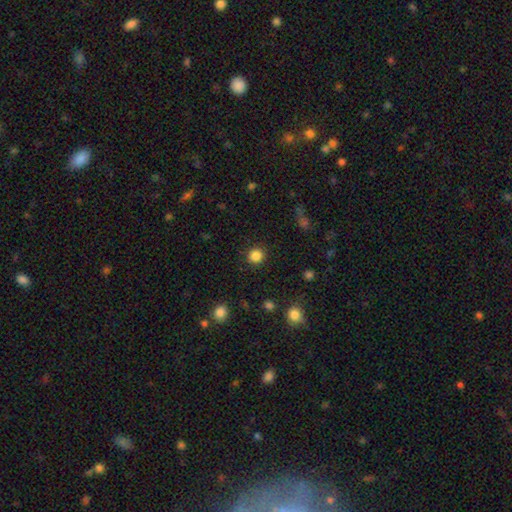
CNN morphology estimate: smooth 85%, star or artifact 12%, featured or disk 4%. Down the decision tree: how rounded — round (92%); merging — none (90%).